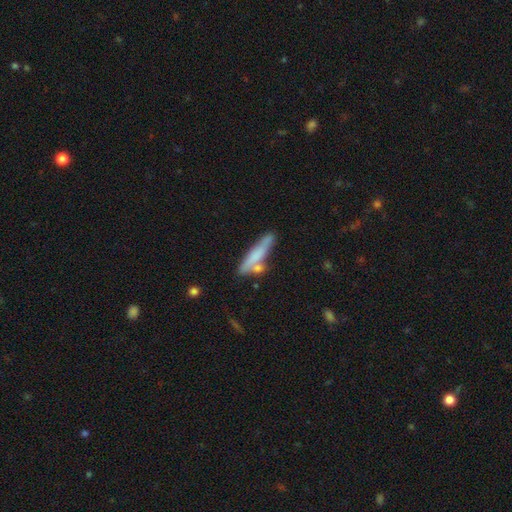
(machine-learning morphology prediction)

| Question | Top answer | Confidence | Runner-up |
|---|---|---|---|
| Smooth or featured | smooth | 63% | featured or disk (31%) |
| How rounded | cigar-shaped | 86% | in between (12%) |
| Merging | none | 63% | minor disturbance (18%) |